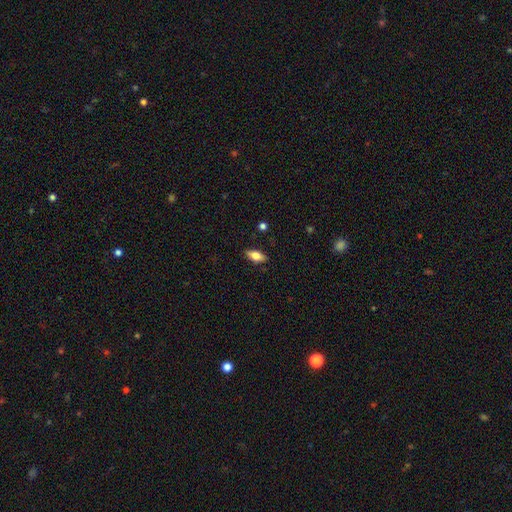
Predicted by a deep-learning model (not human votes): smooth 67%, featured or disk 26%, star or artifact 7%. Down the decision tree: how rounded — in between (84%); merging — none (86%).